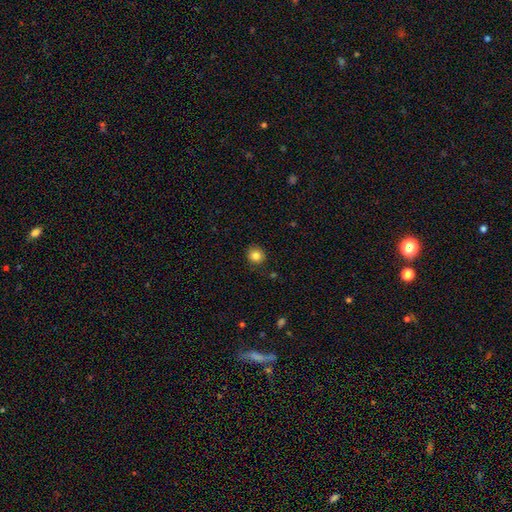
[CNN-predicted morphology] Smooth or featured?
  - smooth: 84% *
  - star or artifact: 11%
  - featured or disk: 5%
How rounded?
  - round: 88% *
  - in between: 11%
  - cigar-shaped: 1%
Merging?
  - none: 87% *
  - minor disturbance: 9%
  - major disturbance: 2%
  - merger: 1%